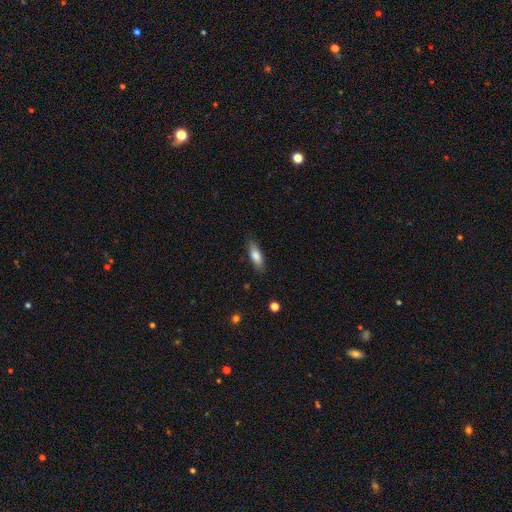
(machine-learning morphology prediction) Smooth or featured? smooth (77%)
How rounded? in between (55%)
Merging? none (84%)